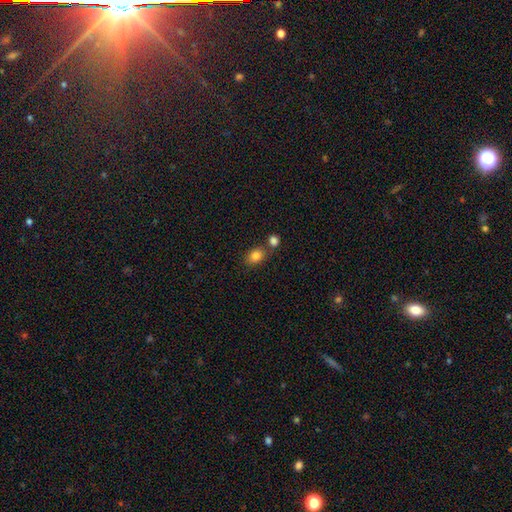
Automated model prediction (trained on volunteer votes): Smooth or featured?
  - smooth: 84% *
  - star or artifact: 10%
  - featured or disk: 6%
How rounded?
  - in between: 61% *
  - round: 38%
  - cigar-shaped: 1%
Merging?
  - none: 62% *
  - merger: 23%
  - minor disturbance: 11%
  - major disturbance: 3%